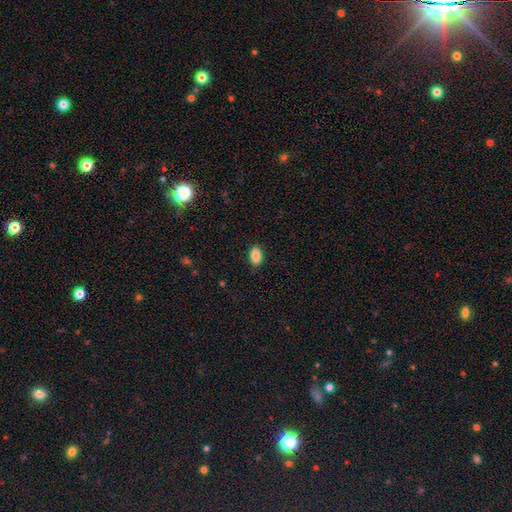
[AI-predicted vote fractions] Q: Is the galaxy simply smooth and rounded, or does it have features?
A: smooth — 88%.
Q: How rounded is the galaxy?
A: in between — 92%.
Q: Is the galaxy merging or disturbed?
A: none — 87%.